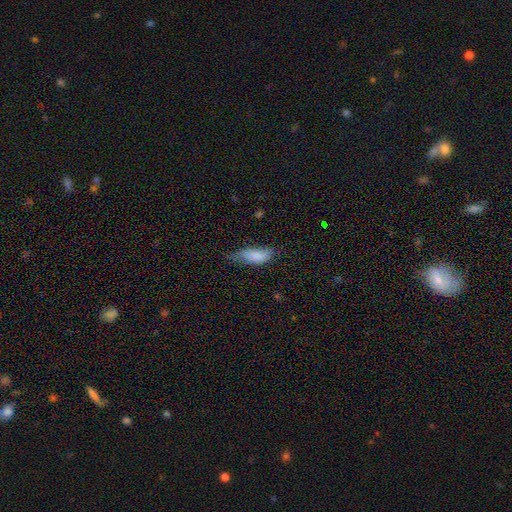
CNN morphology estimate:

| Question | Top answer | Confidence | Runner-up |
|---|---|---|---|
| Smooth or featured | smooth | 80% | featured or disk (12%) |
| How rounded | in between | 78% | cigar-shaped (20%) |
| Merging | minor disturbance | 44% | none (34%) |